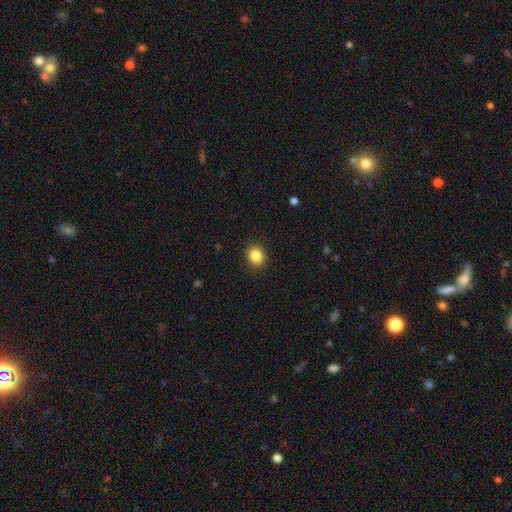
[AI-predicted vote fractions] A smooth galaxy with no disk features (85%) that is round (68%).

Vote fractions:
- Smooth or featured? smooth: 85% / star or artifact: 10% / featured or disk: 5%
- How rounded? round: 68% / in between: 31% / cigar-shaped: 1%
- Merging? none: 91% / minor disturbance: 6% / major disturbance: 2% / merger: 1%